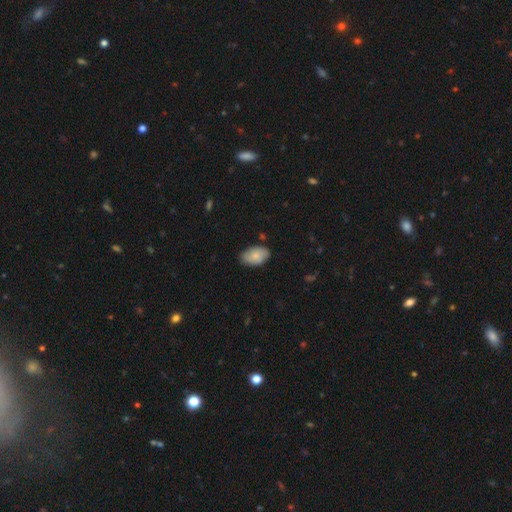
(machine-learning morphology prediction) smooth_or_featured: smooth (p=0.73) [alt: featured or disk p=0.20]
how_rounded: in between (p=0.93) [alt: round p=0.06]
merging: none (p=0.77) [alt: minor disturbance p=0.19]